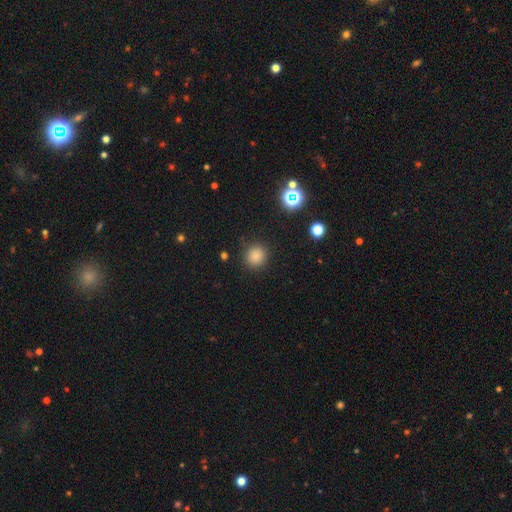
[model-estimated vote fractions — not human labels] smooth-or-featured: smooth: 83% | star or artifact: 13% | featured or disk: 4%
  how-rounded: round: 89% | in between: 10% | cigar-shaped: 1%
  merging: none: 87% | minor disturbance: 9% | major disturbance: 3% | merger: 2%